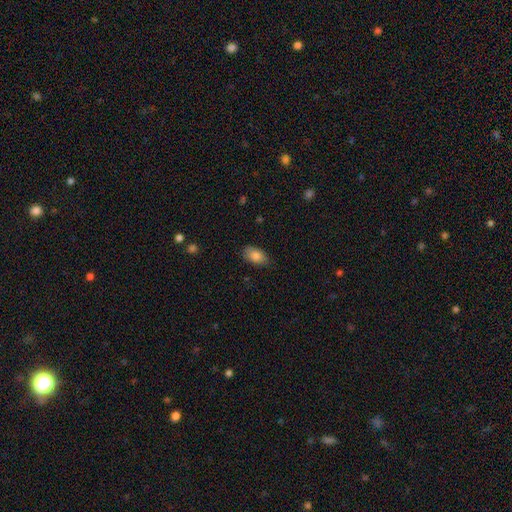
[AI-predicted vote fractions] Smooth or featured: smooth — 84% (featured or disk — 9%)
How rounded: in between — 91% (round — 6%)
Merging: none — 80% (minor disturbance — 16%)